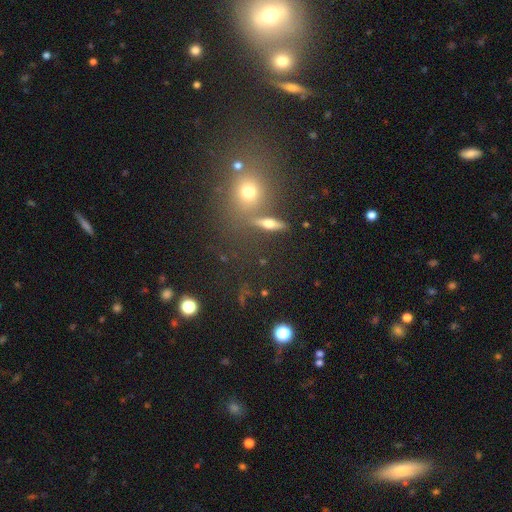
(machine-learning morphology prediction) smooth 46%, star or artifact 42%, featured or disk 13%. Down the decision tree: merging — none (62%).